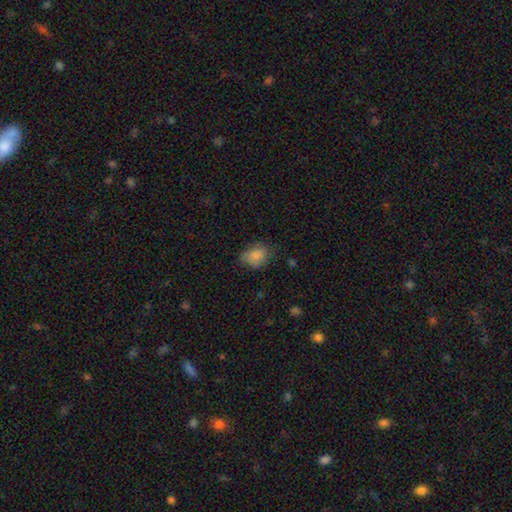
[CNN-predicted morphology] Q: Smooth or featured?
A: smooth (84%); runner-up: star or artifact (9%)
Q: How rounded?
A: in between (69%); runner-up: round (30%)
Q: Merging?
A: none (66%); runner-up: minor disturbance (26%)